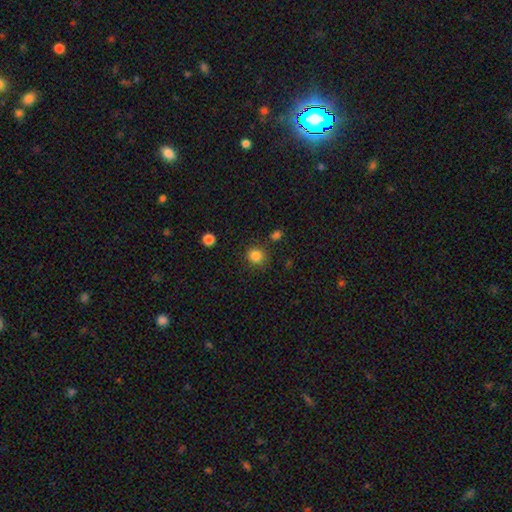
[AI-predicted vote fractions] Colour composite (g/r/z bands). It shows a smooth galaxy with no disk features (84%) that is round (88%). Merging: none (85%).